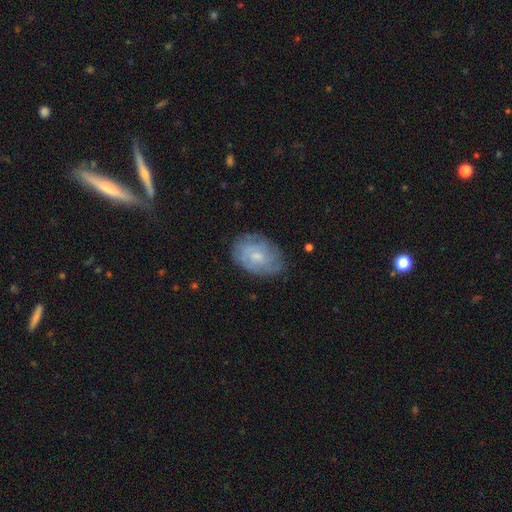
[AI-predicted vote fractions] smooth_or_featured: featured or disk (p=0.55) [alt: smooth p=0.38]
disk_edge_on: no (p=0.96) [alt: yes p=0.04]
bar: no (p=0.66) [alt: weak p=0.30]
has_spiral_arms: yes (p=0.76) [alt: no p=0.24]
bulge_size: small (p=0.56) [alt: moderate p=0.33]
merging: none (p=0.73) [alt: minor disturbance p=0.20]